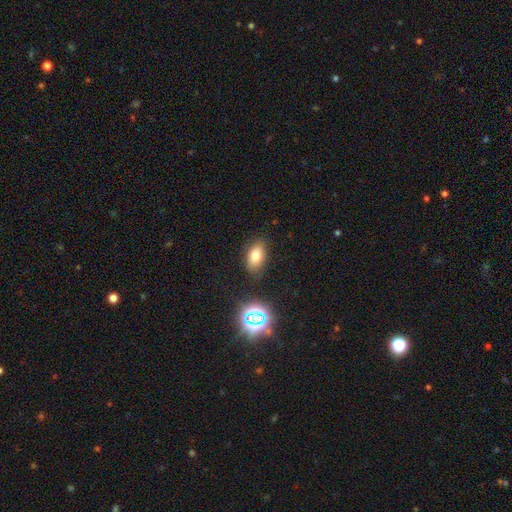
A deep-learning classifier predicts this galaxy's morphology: A smooth galaxy with no disk features (76%) that is in between round and cigar-shaped (88%).

Vote fractions:
- Smooth or featured? smooth: 76% / star or artifact: 14% / featured or disk: 10%
- How rounded? in between: 88% / round: 10% / cigar-shaped: 3%
- Merging? none: 81% / minor disturbance: 13% / major disturbance: 3% / merger: 2%